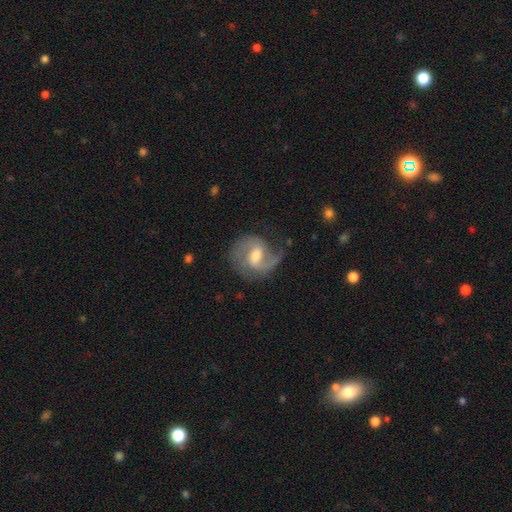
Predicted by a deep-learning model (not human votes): Smooth or featured: featured or disk — 86% (smooth — 9%)
Edge-on disk: no — 98% (yes — 2%)
Bar: weak — 58% (no — 22%)
Spiral arms: yes — 96% (no — 4%)
Spiral winding: medium — 53% (loose — 24%)
Spiral arm count: 2 — 79% (1 — 12%)
Bulge size: moderate — 64% (small — 23%)
Merging: none — 70% (minor disturbance — 19%)